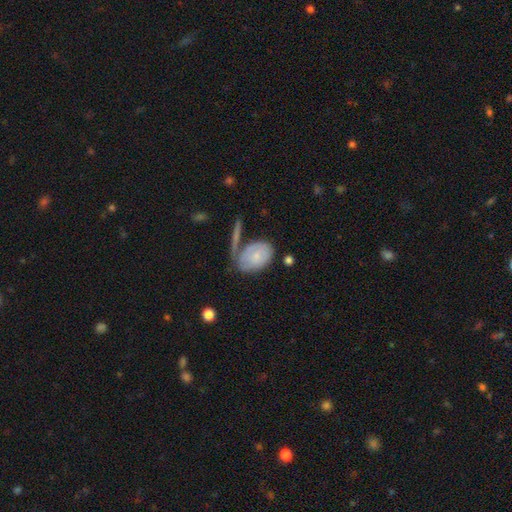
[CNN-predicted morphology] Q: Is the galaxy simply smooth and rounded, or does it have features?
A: smooth — 66%.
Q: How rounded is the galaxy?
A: in between — 81%.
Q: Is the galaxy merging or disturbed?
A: none — 47%.